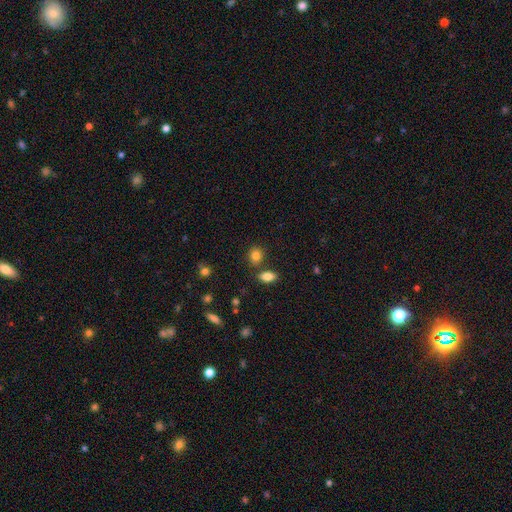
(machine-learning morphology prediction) smooth 84%, star or artifact 10%, featured or disk 6%. Down the decision tree: how rounded — round (54%); merging — none (73%).